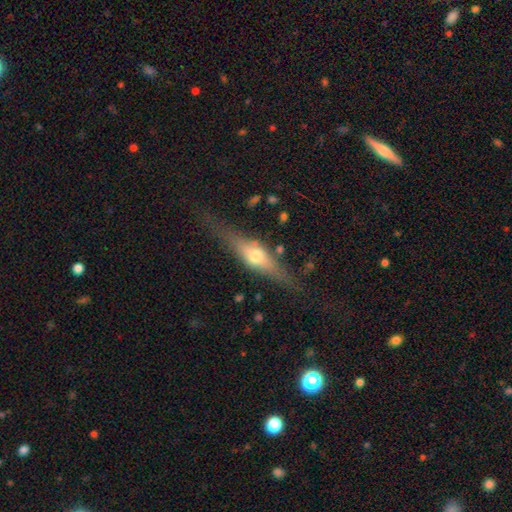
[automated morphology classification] Q: Smooth or featured?
A: featured or disk (62%); runner-up: smooth (31%)
Q: Edge-on disk?
A: yes (91%); runner-up: no (9%)
Q: Edge-on bulge?
A: rounded (92%); runner-up: boxy (5%)
Q: Merging?
A: none (75%); runner-up: minor disturbance (16%)